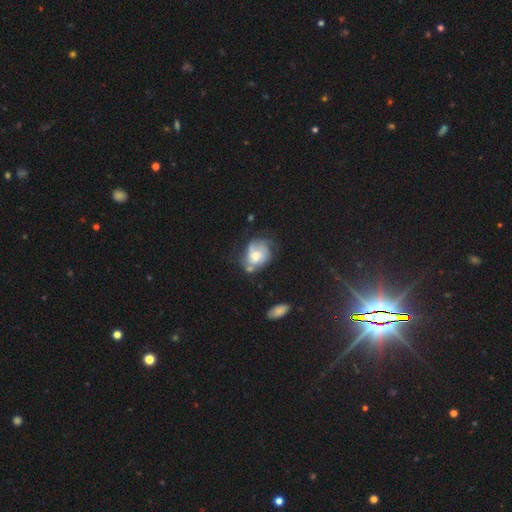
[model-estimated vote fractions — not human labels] Smooth or featured? Predicted: featured or disk (p=0.61). Edge-on disk? Predicted: no (p=0.97). Bar? Predicted: no (p=0.73). Spiral arms? Predicted: yes (p=0.80). Bulge size? Predicted: moderate (p=0.51). Merging? Predicted: none (p=0.43).